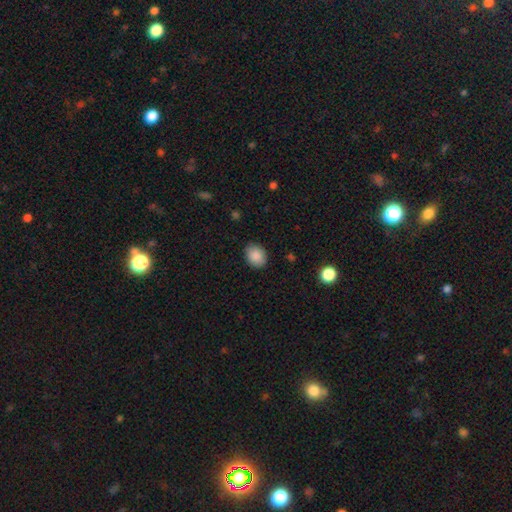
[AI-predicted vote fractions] Smooth or featured: smooth — 88% (star or artifact — 8%)
How rounded: in between — 54% (round — 45%)
Merging: none — 86% (minor disturbance — 10%)